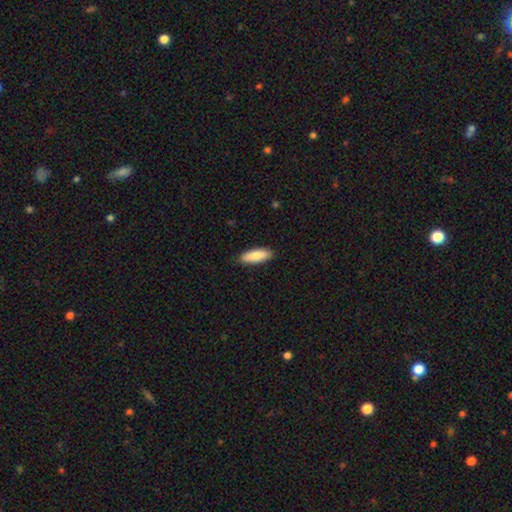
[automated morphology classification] This appears to be a smooth galaxy with no disk features (84%) that is in between round and cigar-shaped (54%). Merging: none (90%).